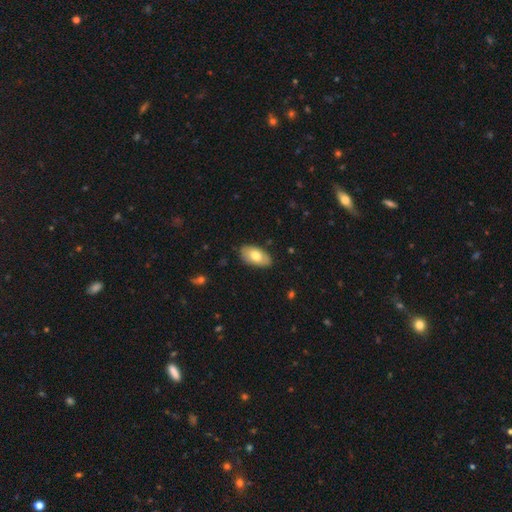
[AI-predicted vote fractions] smooth_or_featured: smooth (p=0.72) [alt: featured or disk p=0.22]
how_rounded: in between (p=0.94) [alt: round p=0.03]
merging: none (p=0.85) [alt: minor disturbance p=0.12]